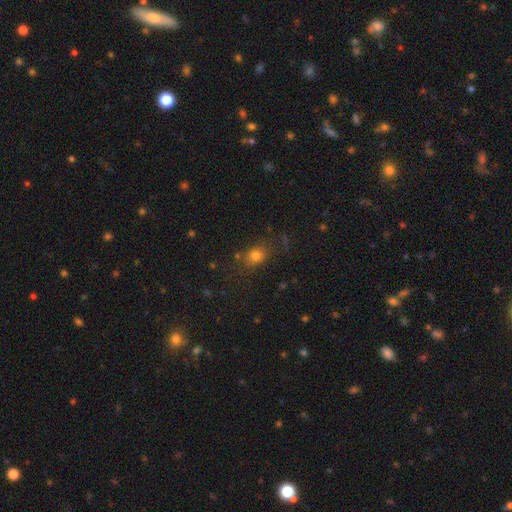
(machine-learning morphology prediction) This appears to be a smooth galaxy with no disk features (75%) that is in between round and cigar-shaped (50%). Merging: none (74%).